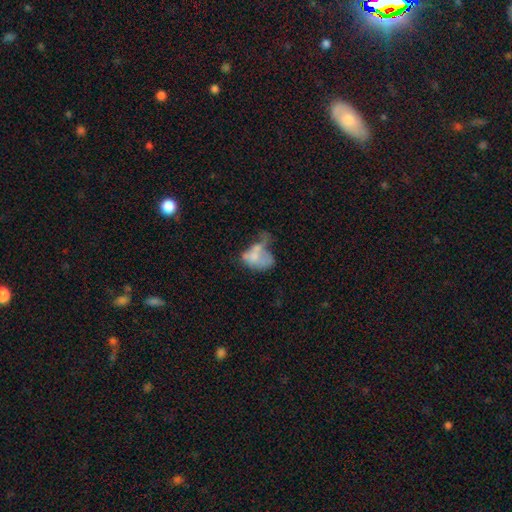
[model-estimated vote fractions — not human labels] Q: Smooth or featured?
A: smooth (51%); runner-up: featured or disk (38%)
Q: How rounded?
A: in between (81%); runner-up: round (17%)
Q: Merging?
A: major disturbance (37%); runner-up: merger (34%)